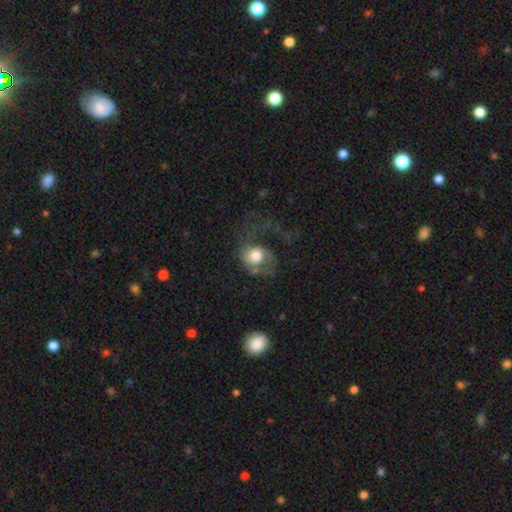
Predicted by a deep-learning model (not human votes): Smooth or featured?
  - smooth: 51% *
  - featured or disk: 40%
  - star or artifact: 8%
How rounded?
  - round: 62% *
  - in between: 37%
  - cigar-shaped: 1%
Merging?
  - major disturbance: 52% *
  - none: 25%
  - minor disturbance: 19%
  - merger: 4%